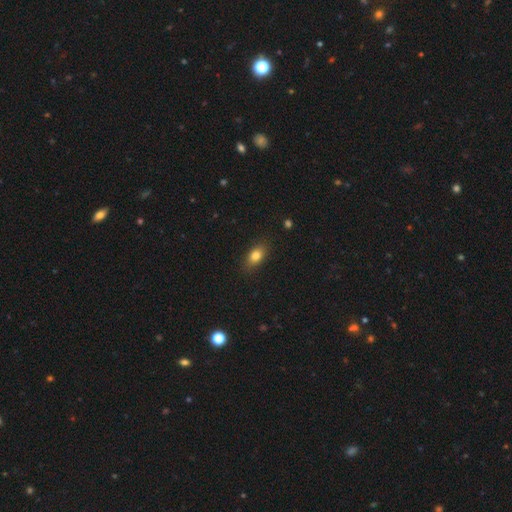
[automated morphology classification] The model was most divided on "how rounded": in between: 83%, round: 11%, cigar-shaped: 6%. More confident: merging — none (84%); smooth or featured — smooth (81%).